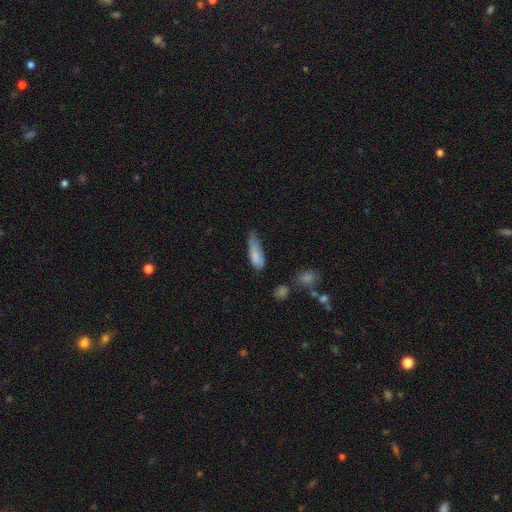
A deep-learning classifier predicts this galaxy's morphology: Q: Smooth or featured?
A: smooth (80%); runner-up: featured or disk (12%)
Q: How rounded?
A: in between (56%); runner-up: cigar-shaped (42%)
Q: Merging?
A: minor disturbance (44%); runner-up: none (35%)